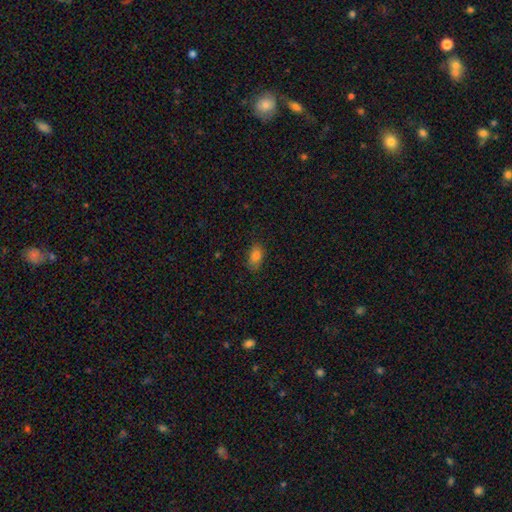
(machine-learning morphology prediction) A smooth galaxy with no disk features (81%) that is in between round and cigar-shaped (87%). Merging: none (75%).